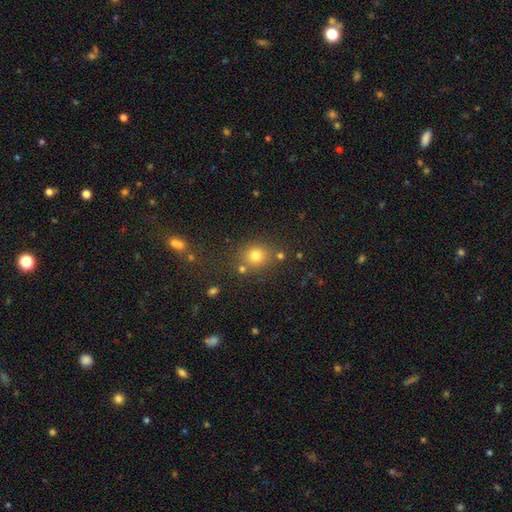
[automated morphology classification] smooth 76%, star or artifact 16%, featured or disk 8%. Down the decision tree: how rounded — round (80%); merging — none (74%).